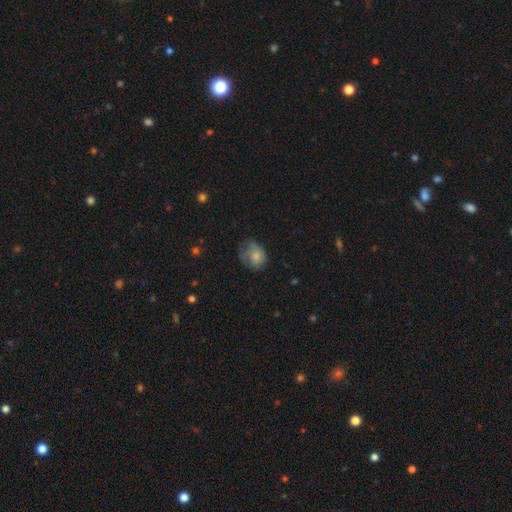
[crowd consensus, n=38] Smooth or featured?
  - smooth: 66% *
  - featured or disk: 26%
  - star or artifact: 8%
How rounded?
  - round: 60% *
  - in between: 40%
  - cigar-shaped: 0%
Merging?
  - none: 43% *
  - major disturbance: 31%
  - minor disturbance: 26%
  - merger: 0%